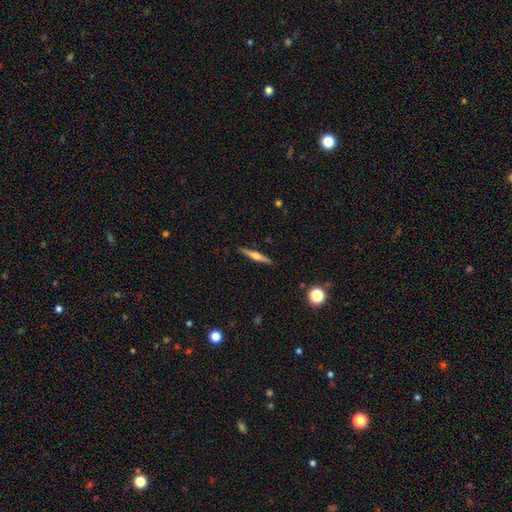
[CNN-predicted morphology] Smooth or featured?
  - featured or disk: 64% *
  - smooth: 30%
  - star or artifact: 6%
Edge-on disk?
  - yes: 98% *
  - no: 2%
Edge-on bulge?
  - rounded: 88% *
  - boxy: 6%
  - none: 6%
Merging?
  - none: 90% *
  - minor disturbance: 7%
  - major disturbance: 1%
  - merger: 1%